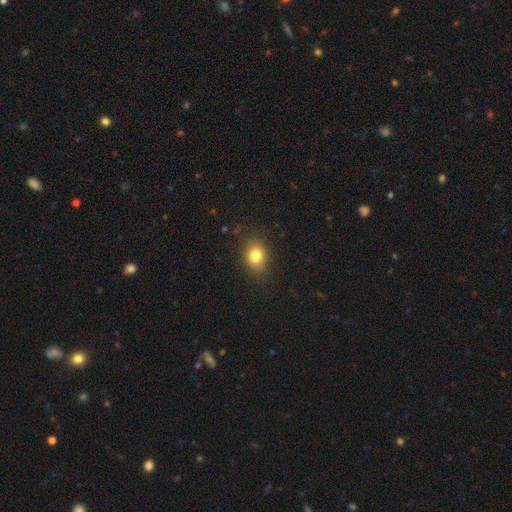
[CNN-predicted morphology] type=smooth (81%); roundness=round (51%); merging=none (85%).